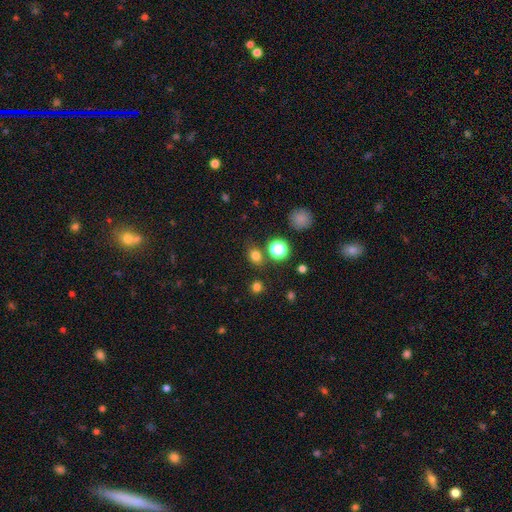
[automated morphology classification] smooth_or_featured: smooth (p=0.75) [alt: star or artifact p=0.20]
how_rounded: round (p=0.62) [alt: in between p=0.37]
merging: none (p=0.78) [alt: minor disturbance p=0.10]